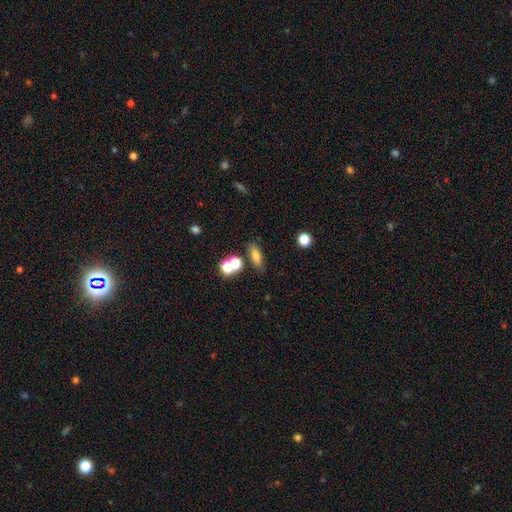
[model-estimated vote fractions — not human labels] smooth_or_featured: smooth (p=0.73) [alt: featured or disk p=0.14]
how_rounded: in between (p=0.60) [alt: cigar-shaped p=0.28]
merging: none (p=0.67) [alt: merger p=0.17]